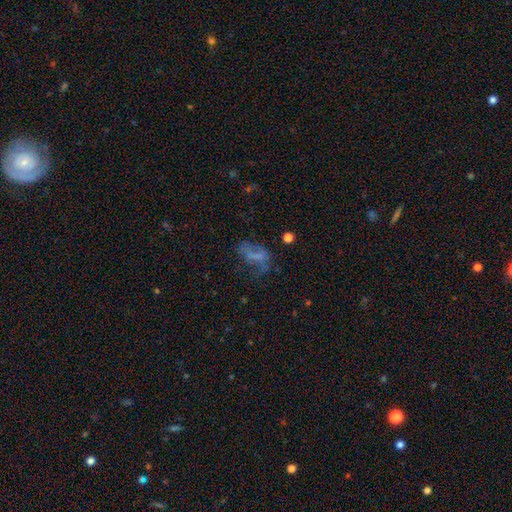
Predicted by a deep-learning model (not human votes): Overall: smooth (46%; featured or disk 35%). Merging: major disturbance (38%; none 33%).